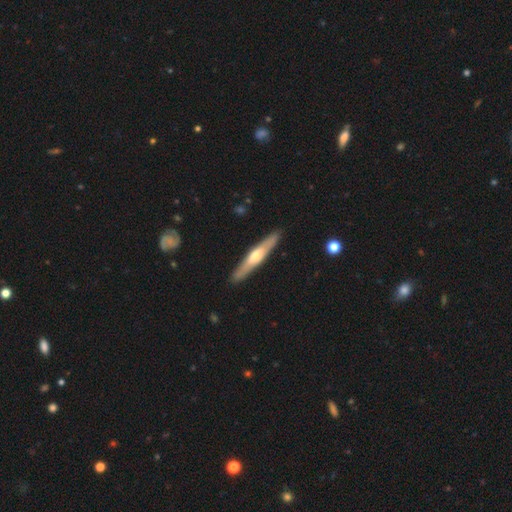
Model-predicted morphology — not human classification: smooth-or-featured: featured or disk: 56% | smooth: 39% | star or artifact: 5%
  disk-edge-on: yes: 91% | no: 9%
    edge-on-bulge: rounded: 79% | none: 15% | boxy: 6%
  merging: none: 90% | minor disturbance: 7% | major disturbance: 2% | merger: 1%